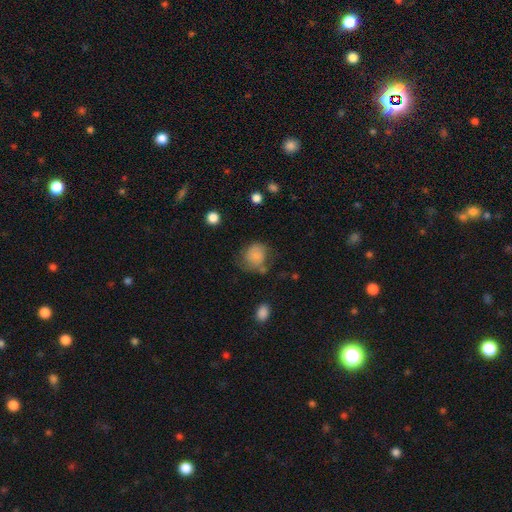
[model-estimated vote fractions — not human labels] Smooth or featured: smooth — 74% (featured or disk — 17%)
How rounded: round — 72% (in between — 27%)
Merging: none — 50% (minor disturbance — 27%)